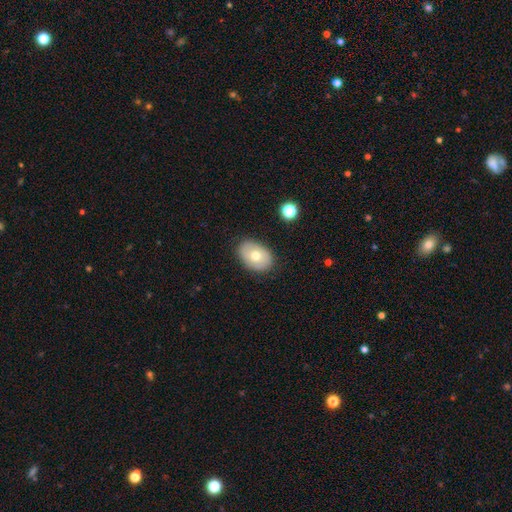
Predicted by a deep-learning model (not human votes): A smooth galaxy with no disk features (67%) that is in between round and cigar-shaped (81%). Merging: none (84%).